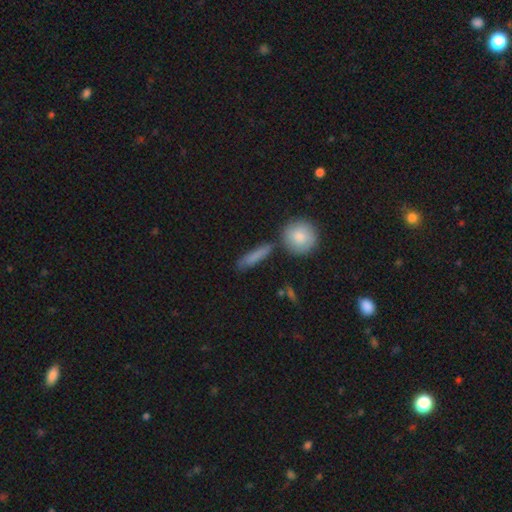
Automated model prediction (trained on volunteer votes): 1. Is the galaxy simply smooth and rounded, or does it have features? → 77% smooth, 16% featured or disk, 7% star or artifact.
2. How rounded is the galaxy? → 70% cigar-shaped, 21% in between, 9% round.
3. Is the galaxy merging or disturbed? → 73% none, 12% minor disturbance, 11% merger, 4% major disturbance.